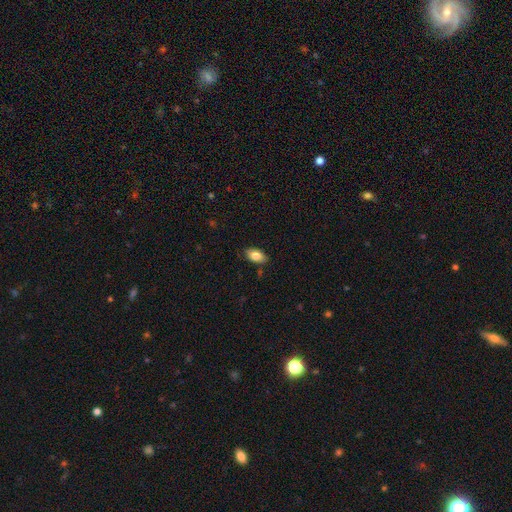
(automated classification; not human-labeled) A smooth galaxy with no disk features (83%) that is in between round and cigar-shaped (92%).

Vote fractions:
- Smooth or featured? smooth: 83% / featured or disk: 10% / star or artifact: 7%
- How rounded? in between: 92% / round: 4% / cigar-shaped: 4%
- Merging? none: 84% / minor disturbance: 12% / major disturbance: 2% / merger: 2%